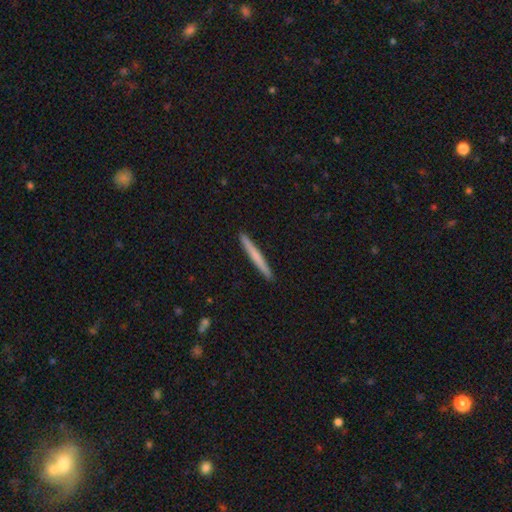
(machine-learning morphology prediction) smooth_or_featured: smooth (p=0.63) [alt: featured or disk p=0.32]
how_rounded: cigar-shaped (p=0.97) [alt: in between p=0.02]
merging: none (p=0.93) [alt: minor disturbance p=0.05]